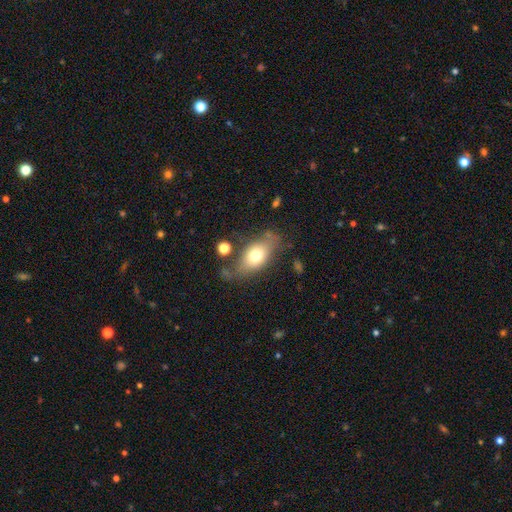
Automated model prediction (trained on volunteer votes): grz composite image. It shows a smooth galaxy with no disk features (69%) that is in between round and cigar-shaped (85%). Merging: none (60%).